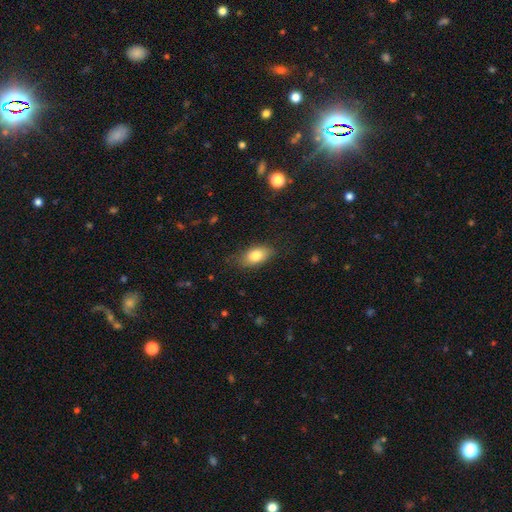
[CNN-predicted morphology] smooth 81%, featured or disk 11%, star or artifact 8%. Down the decision tree: how rounded — in between (87%); merging — none (78%).